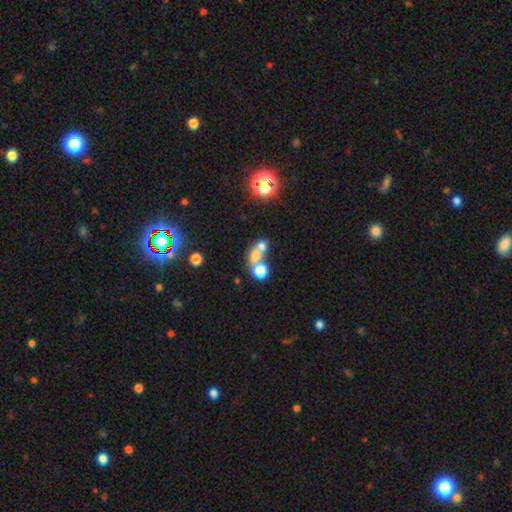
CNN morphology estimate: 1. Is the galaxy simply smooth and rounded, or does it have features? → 59% smooth, 21% star or artifact, 20% featured or disk.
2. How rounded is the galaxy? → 58% round, 39% in between, 3% cigar-shaped.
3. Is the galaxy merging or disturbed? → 60% merger, 26% none, 7% minor disturbance, 7% major disturbance.